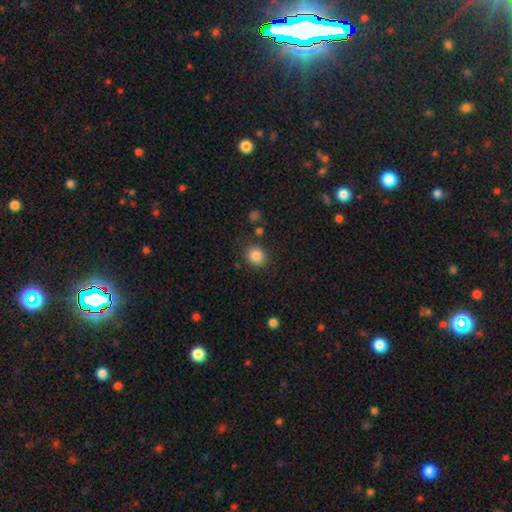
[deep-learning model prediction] Morphology: type=smooth (85%); roundness=round (68%); merging=none (84%).